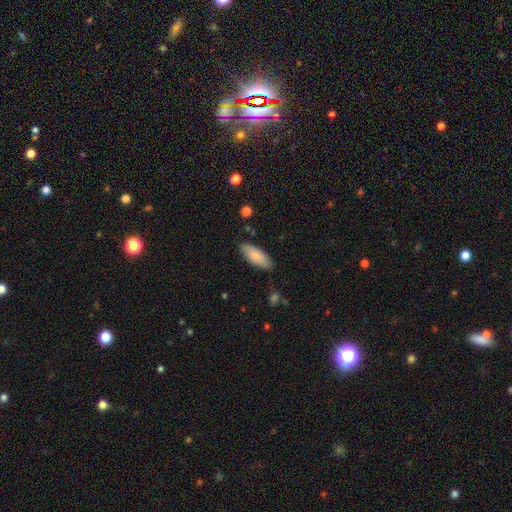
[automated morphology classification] A smooth galaxy with no disk features (84%) that is in between round and cigar-shaped (77%).

Vote fractions:
- Smooth or featured? smooth: 84% / featured or disk: 10% / star or artifact: 6%
- How rounded? in between: 77% / cigar-shaped: 21% / round: 2%
- Merging? none: 82% / minor disturbance: 13% / major disturbance: 3% / merger: 2%